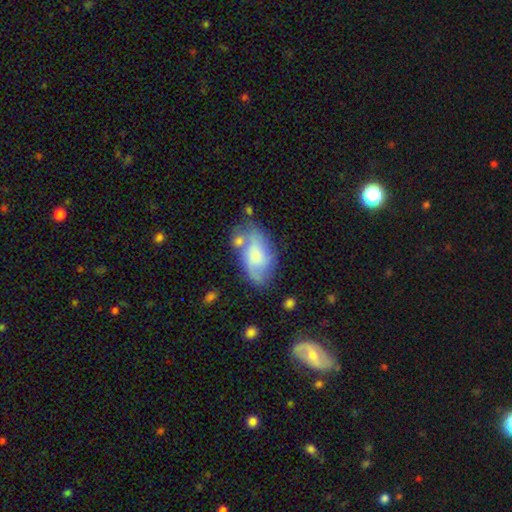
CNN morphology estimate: smooth_or_featured: featured or disk (p=0.48) [alt: smooth p=0.45]
merging: none (p=0.53) [alt: minor disturbance p=0.24]